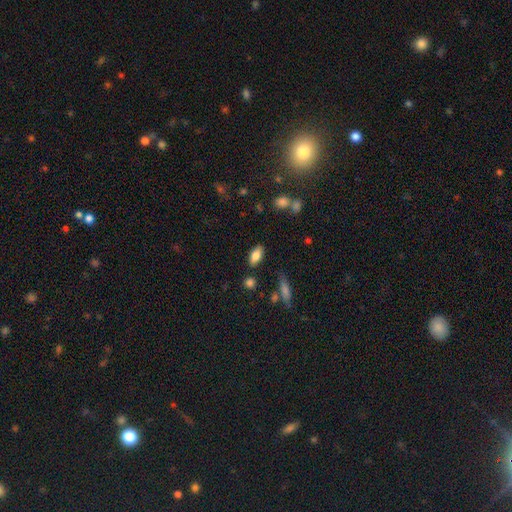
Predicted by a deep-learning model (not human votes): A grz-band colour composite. It shows a smooth galaxy with no disk features (80%) that is in between round and cigar-shaped (87%). Merging: none (82%).